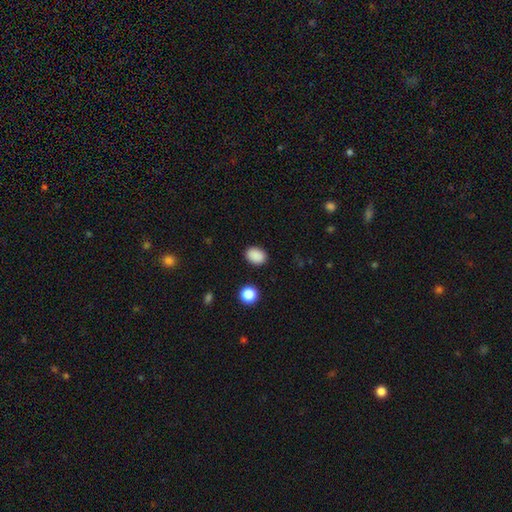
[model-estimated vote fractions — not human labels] Smooth or featured?
  - smooth: 88% *
  - star or artifact: 9%
  - featured or disk: 3%
How rounded?
  - in between: 71% *
  - round: 28%
  - cigar-shaped: 1%
Merging?
  - none: 88% *
  - minor disturbance: 8%
  - major disturbance: 3%
  - merger: 1%